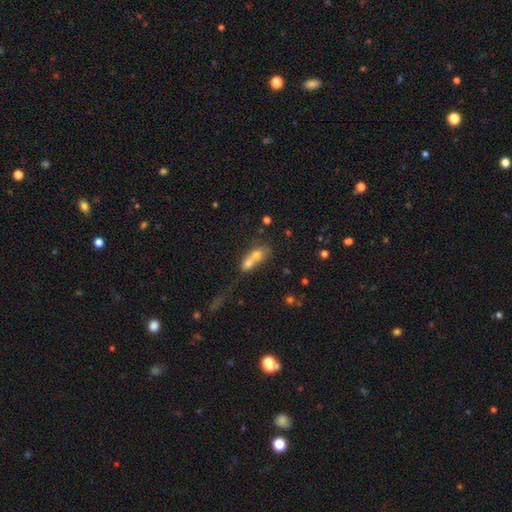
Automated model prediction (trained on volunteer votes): Smooth or featured? Predicted: smooth (p=0.63). How rounded? Predicted: in between (p=0.55). Merging? Predicted: merger (p=0.75).